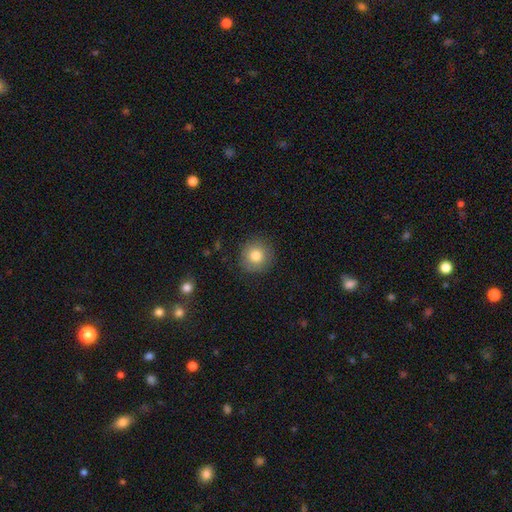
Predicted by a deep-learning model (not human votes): Overall: smooth (81%). How rounded: round (93%). Merging: none (88%).